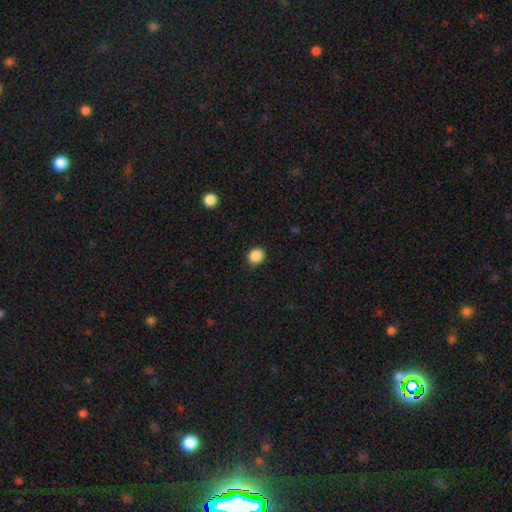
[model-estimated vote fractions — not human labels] Q: Smooth or featured?
A: smooth (88%); runner-up: star or artifact (10%)
Q: How rounded?
A: round (75%); runner-up: in between (24%)
Q: Merging?
A: none (85%); runner-up: minor disturbance (11%)